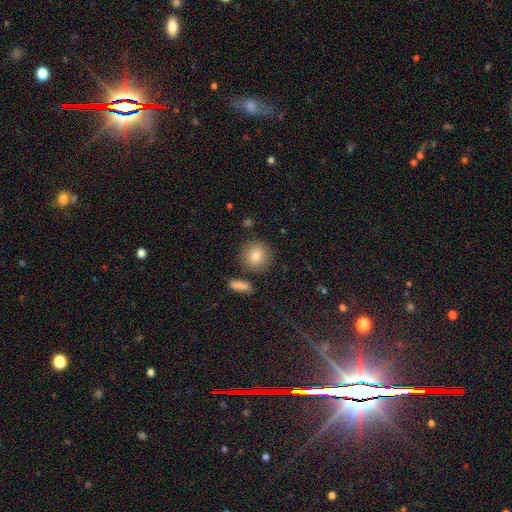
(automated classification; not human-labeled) smooth-or-featured: smooth: 80% | featured or disk: 10% | star or artifact: 10%
  how-rounded: round: 91% | in between: 8% | cigar-shaped: 1%
  merging: none: 84% | minor disturbance: 8% | merger: 5% | major disturbance: 2%